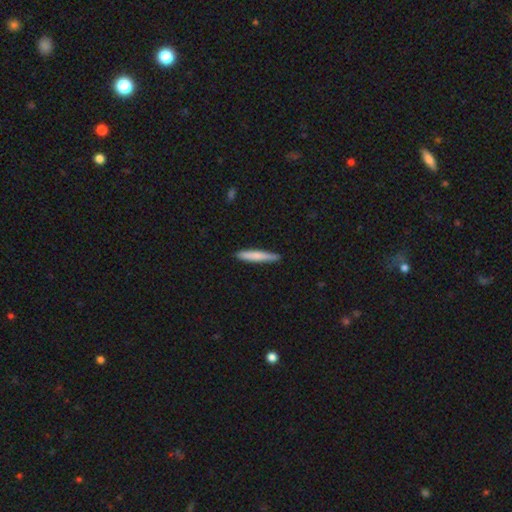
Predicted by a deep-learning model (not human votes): Smooth or featured? Predicted: smooth (p=0.74). How rounded? Predicted: cigar-shaped (p=0.94). Merging? Predicted: none (p=0.88).